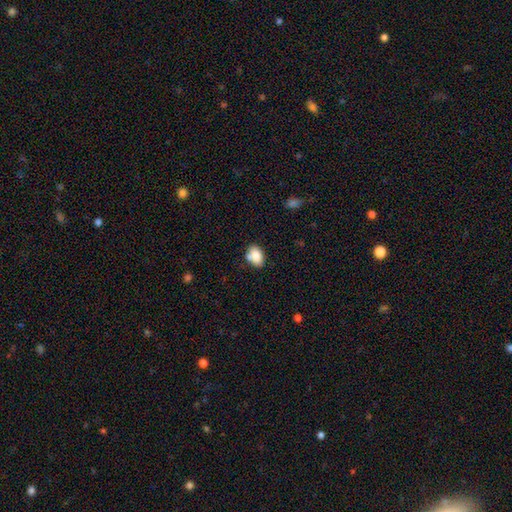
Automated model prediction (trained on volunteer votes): Smooth or featured: smooth — 81% (featured or disk — 10%)
How rounded: in between — 80% (round — 18%)
Merging: none — 64% (minor disturbance — 19%)